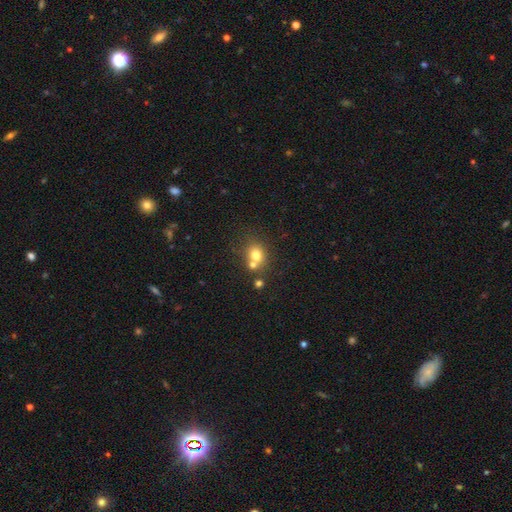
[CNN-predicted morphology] Smooth or featured? Predicted: smooth (p=0.72). How rounded? Predicted: round (p=0.71). Merging? Predicted: none (p=0.49).